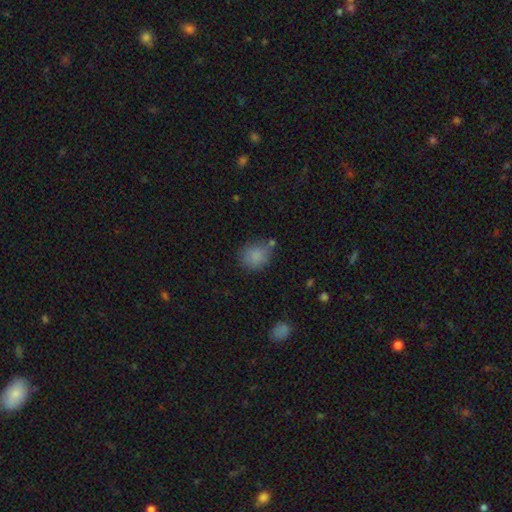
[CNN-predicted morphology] Q: Smooth or featured?
A: smooth (83%); runner-up: star or artifact (10%)
Q: How rounded?
A: round (69%); runner-up: in between (30%)
Q: Merging?
A: none (65%); runner-up: minor disturbance (20%)